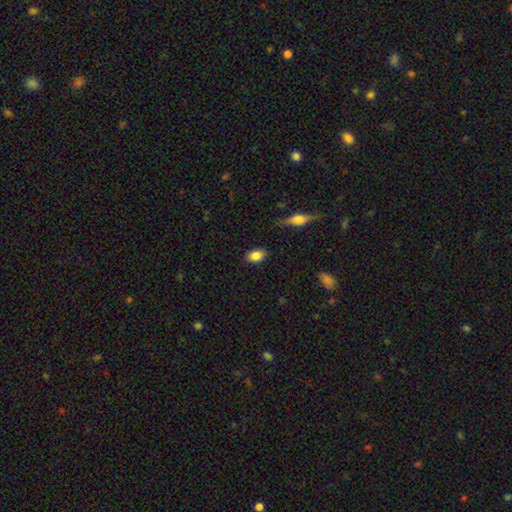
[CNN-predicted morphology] This appears to be a smooth galaxy with no disk features (85%) that is in between round and cigar-shaped (86%). Merging: none (86%).